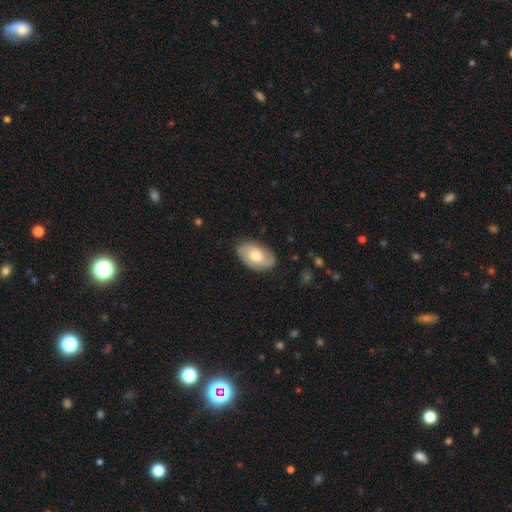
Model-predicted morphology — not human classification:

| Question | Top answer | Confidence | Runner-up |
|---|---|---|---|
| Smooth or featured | smooth | 48% | featured or disk (46%) |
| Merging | none | 82% | minor disturbance (14%) |